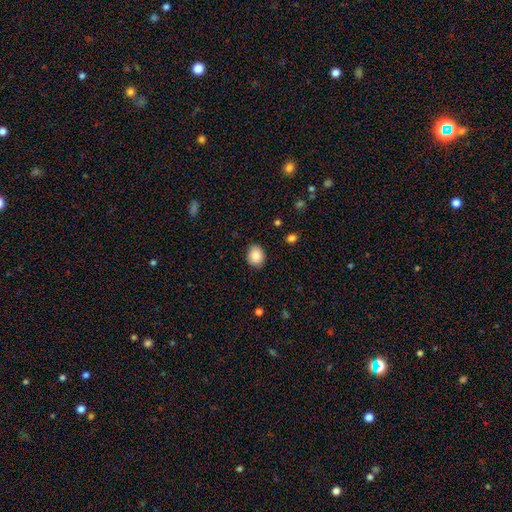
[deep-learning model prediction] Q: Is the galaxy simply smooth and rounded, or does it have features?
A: smooth — 87%.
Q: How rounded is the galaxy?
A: round — 57%.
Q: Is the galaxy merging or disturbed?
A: none — 86%.